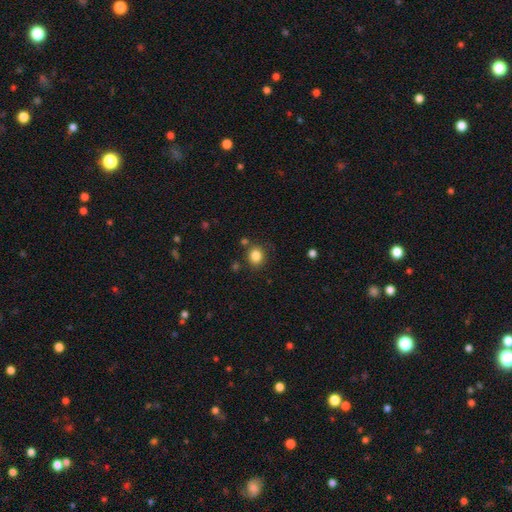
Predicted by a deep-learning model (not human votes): Smooth or featured? smooth (84%)
How rounded? round (75%)
Merging? none (82%)